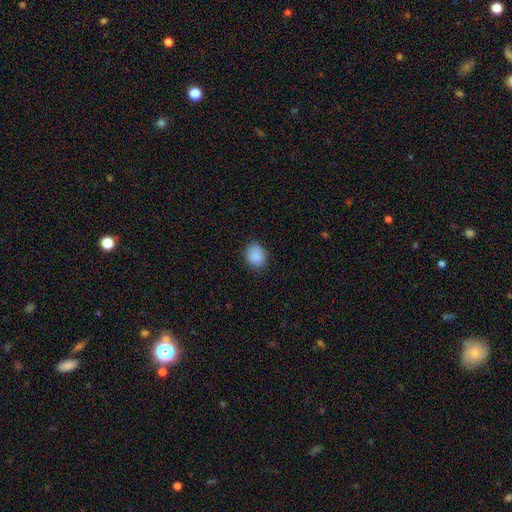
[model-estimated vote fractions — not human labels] Overall: smooth (89%). How rounded: round (56%; in between 43%). Merging: none (82%).